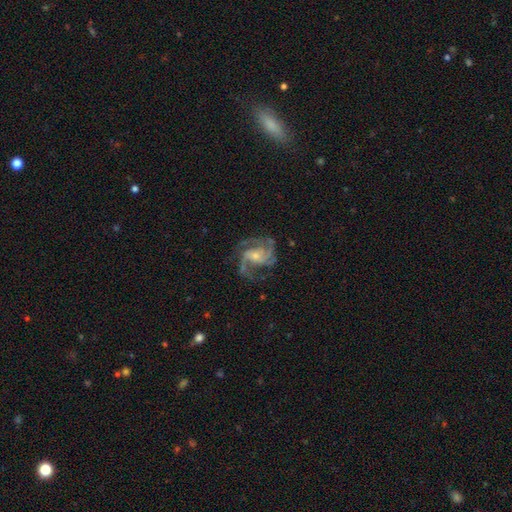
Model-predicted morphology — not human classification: This appears to be a featured or disk galaxy (90%) with no bar (62%), 3 (53%) medium (56%) spiral arms (98%) and a small central bulge (66%). Merging: none (69%).